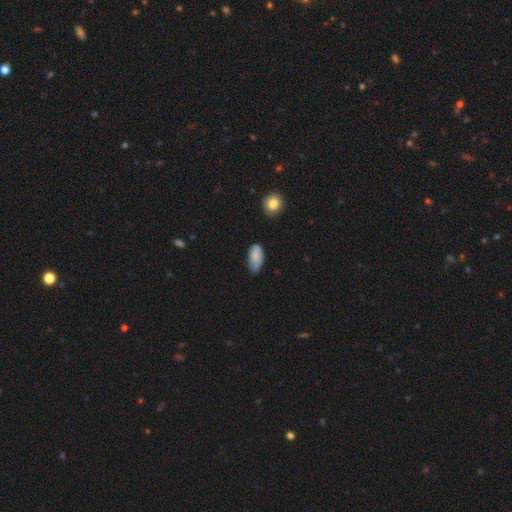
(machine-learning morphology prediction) Q: Smooth or featured?
A: smooth (79%); runner-up: featured or disk (14%)
Q: How rounded?
A: in between (92%); runner-up: cigar-shaped (4%)
Q: Merging?
A: none (53%); runner-up: minor disturbance (38%)